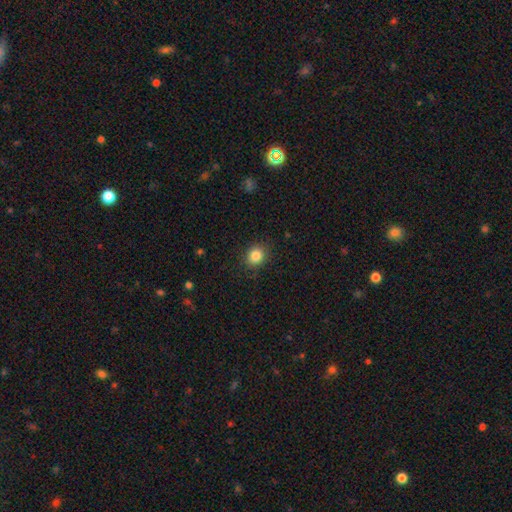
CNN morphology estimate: Smooth or featured?
  - smooth: 85% *
  - star or artifact: 10%
  - featured or disk: 5%
How rounded?
  - round: 74% *
  - in between: 25%
  - cigar-shaped: 1%
Merging?
  - none: 88% *
  - minor disturbance: 9%
  - major disturbance: 3%
  - merger: 1%